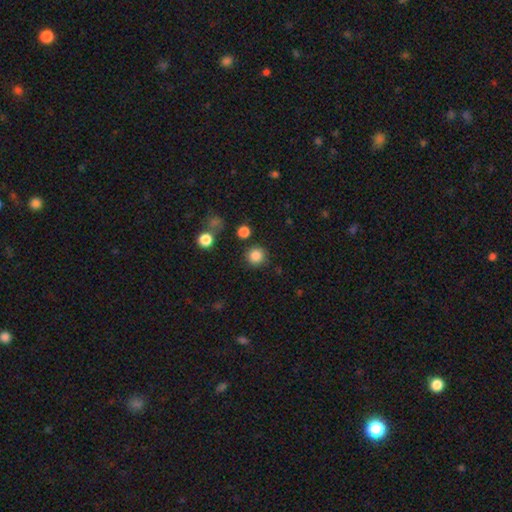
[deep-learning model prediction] smooth_or_featured: smooth (p=0.85) [alt: star or artifact p=0.11]
how_rounded: round (p=0.93) [alt: in between p=0.06]
merging: none (p=0.86) [alt: minor disturbance p=0.07]